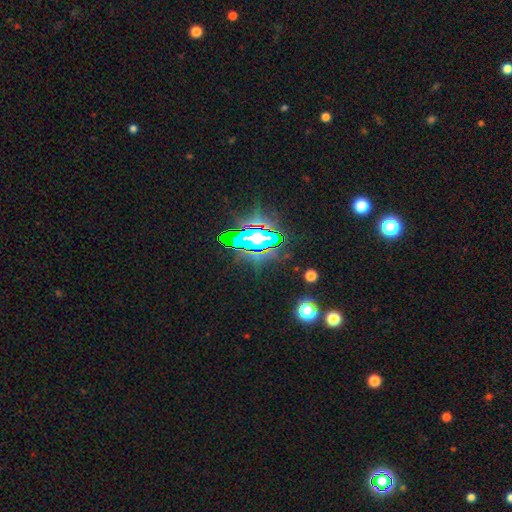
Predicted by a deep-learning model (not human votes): Smooth or featured: star or artifact — 70% (smooth — 16%)